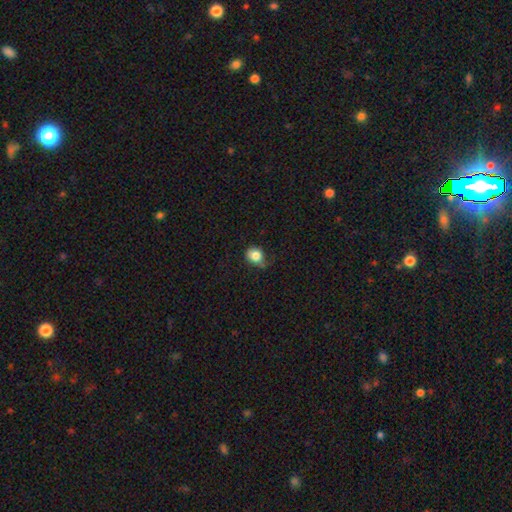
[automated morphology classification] A smooth galaxy with no disk features (82%) that is round (71%). Merging: none (53%).